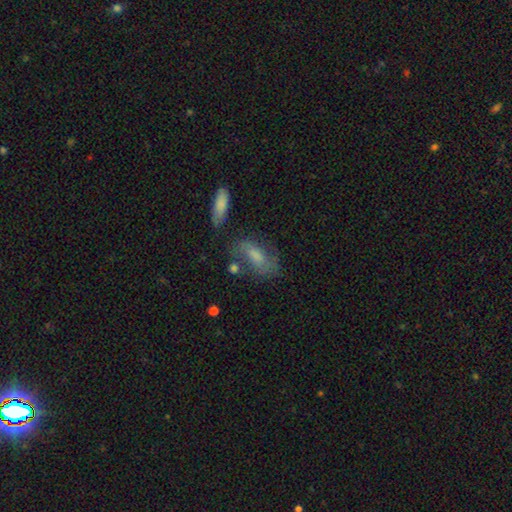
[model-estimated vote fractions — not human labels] Q: Smooth or featured?
A: smooth (55%); runner-up: featured or disk (35%)
Q: How rounded?
A: in between (78%); runner-up: cigar-shaped (17%)
Q: Merging?
A: none (56%); runner-up: minor disturbance (22%)